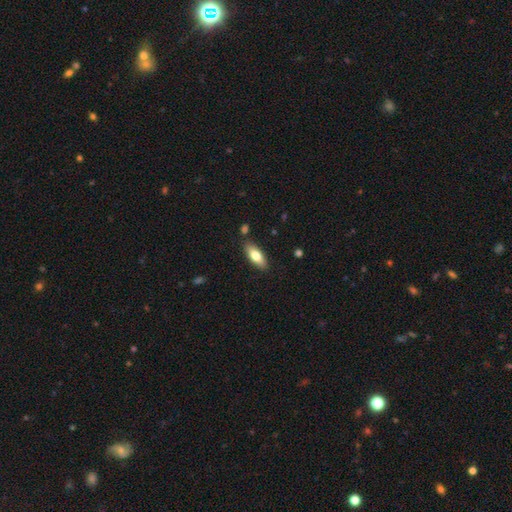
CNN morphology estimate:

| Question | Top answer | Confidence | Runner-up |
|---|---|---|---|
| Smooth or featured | smooth | 73% | featured or disk (20%) |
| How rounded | in between | 70% | cigar-shaped (27%) |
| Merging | none | 85% | minor disturbance (10%) |